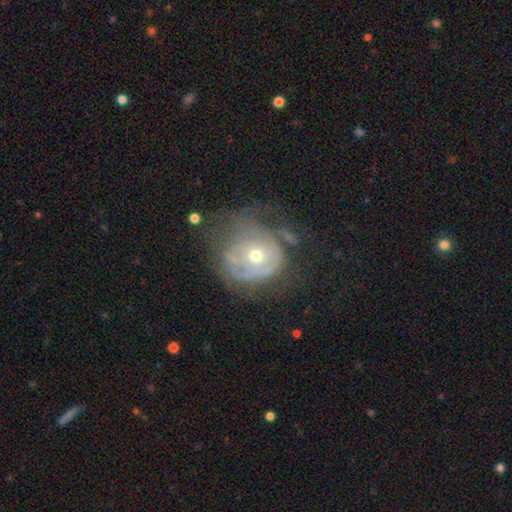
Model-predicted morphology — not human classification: The model was most divided on "merging" (2-way tie): none: 35%, major disturbance: 35%, minor disturbance: 25%, merger: 5%. More confident: edge-on disk — no (96%); bar — no (85%); smooth or featured — featured or disk (64%); bulge size — moderate (57%); spiral arms — yes (52%).